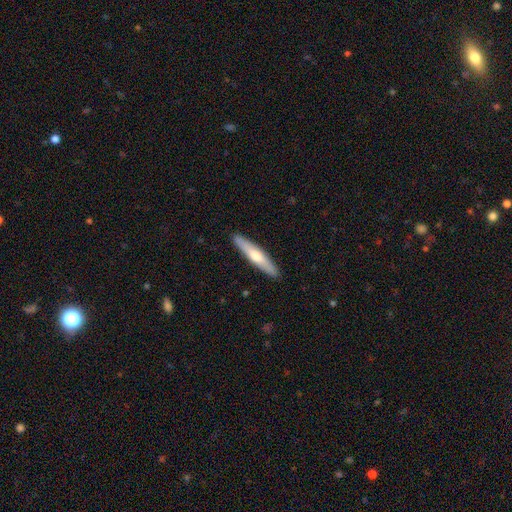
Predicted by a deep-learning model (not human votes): Overall: smooth (50%; featured or disk 44%). How rounded: cigar-shaped (88%). Merging: none (91%).